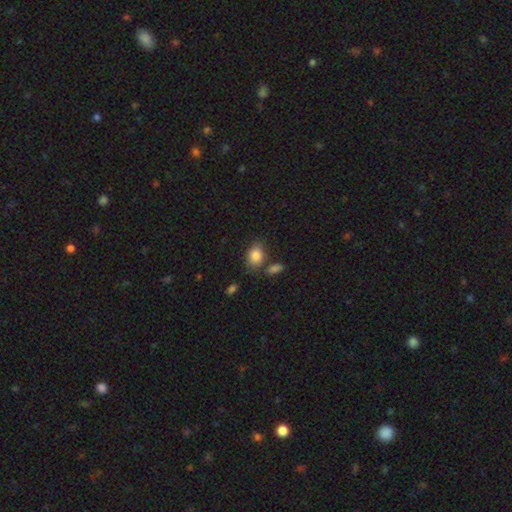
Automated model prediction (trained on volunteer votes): Smooth or featured: smooth — 86% (star or artifact — 8%)
How rounded: in between — 74% (round — 25%)
Merging: none — 66% (minor disturbance — 17%)